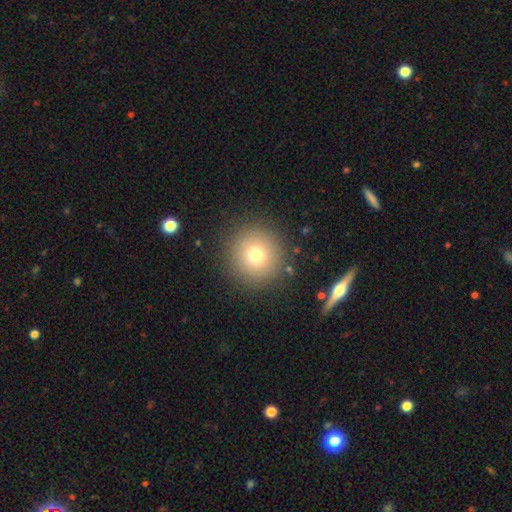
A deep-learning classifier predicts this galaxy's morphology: type=smooth (73%); roundness=round (95%); merging=none (89%).